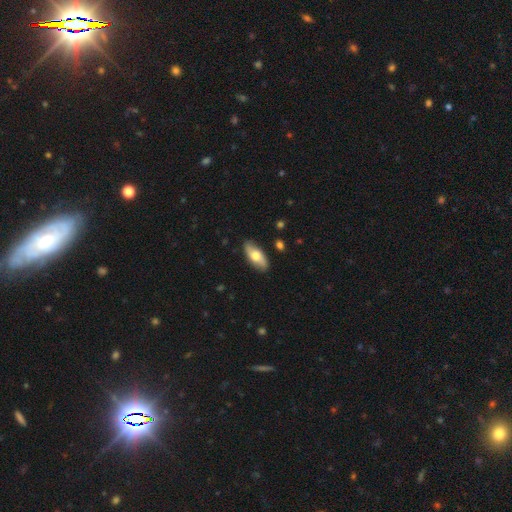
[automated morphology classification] smooth_or_featured: smooth (p=0.61) [alt: featured or disk p=0.34]
how_rounded: in between (p=0.83) [alt: cigar-shaped p=0.14]
merging: none (p=0.85) [alt: minor disturbance p=0.11]